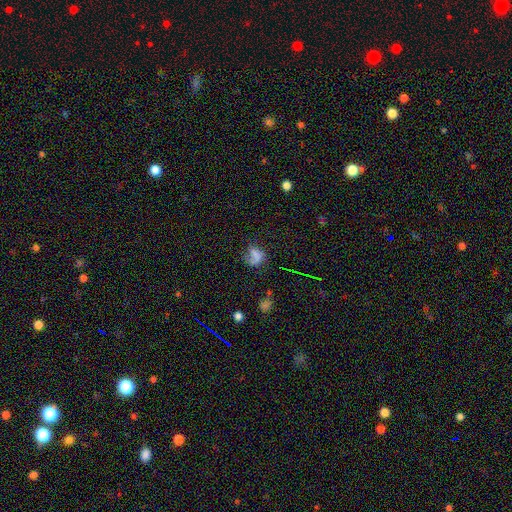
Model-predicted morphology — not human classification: type=smooth (54%); roundness=in between (54%); merging=none (38%).